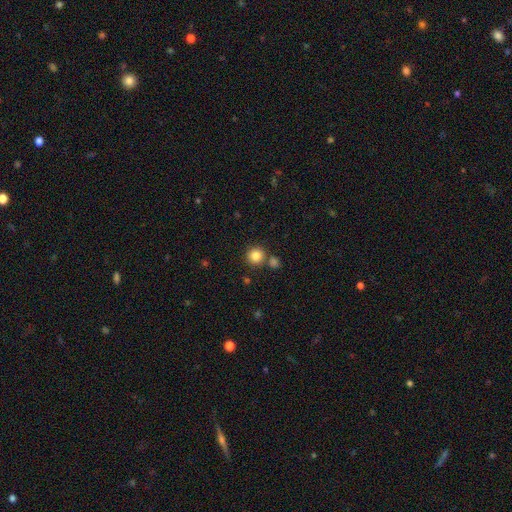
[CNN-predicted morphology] Smooth or featured: smooth — 85% (star or artifact — 10%)
How rounded: round — 93% (in between — 6%)
Merging: none — 78% (merger — 12%)